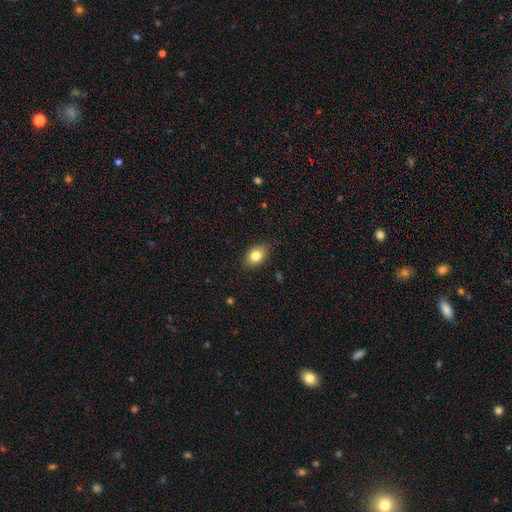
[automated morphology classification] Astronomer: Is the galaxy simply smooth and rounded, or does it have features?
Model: smooth — 82%.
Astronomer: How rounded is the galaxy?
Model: in between — 76%.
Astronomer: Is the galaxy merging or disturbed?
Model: none — 83%.